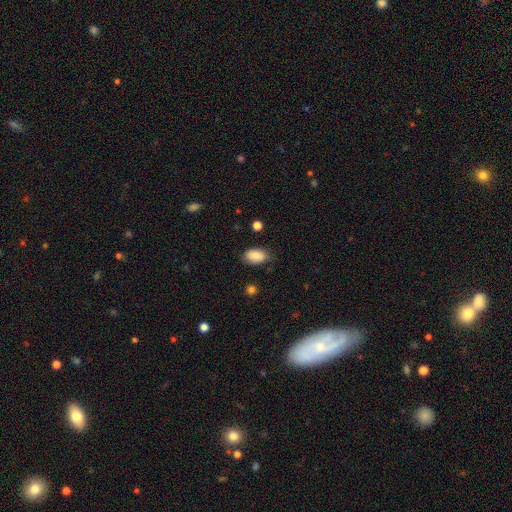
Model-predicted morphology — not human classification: Q: Smooth or featured?
A: smooth (84%); runner-up: featured or disk (9%)
Q: How rounded?
A: in between (91%); runner-up: round (7%)
Q: Merging?
A: none (69%); runner-up: minor disturbance (25%)